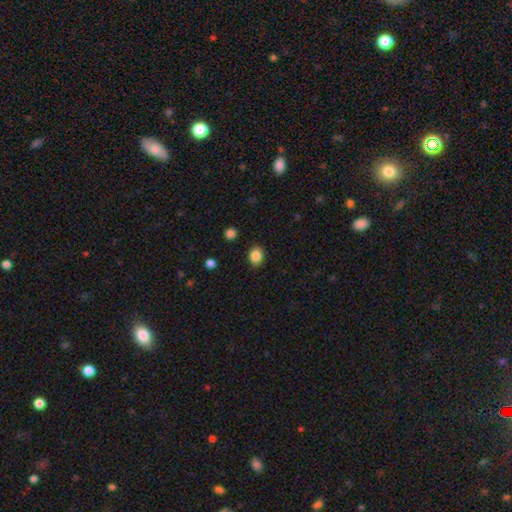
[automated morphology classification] A smooth galaxy with no disk features (86%) that is round (54%). Merging: none (87%).